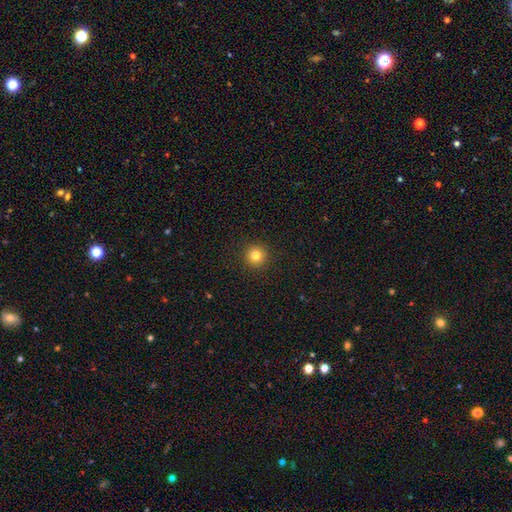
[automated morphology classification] smooth-or-featured: smooth: 81% | star or artifact: 13% | featured or disk: 6%
  how-rounded: round: 96% | in between: 3% | cigar-shaped: 1%
  merging: none: 93% | minor disturbance: 5% | major disturbance: 2% | merger: 1%